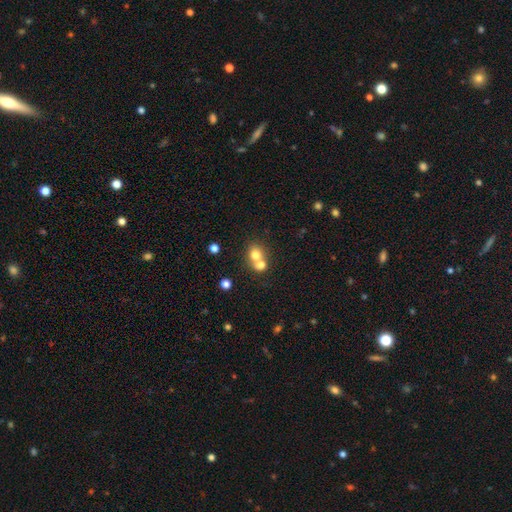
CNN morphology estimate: Smooth or featured? Predicted: smooth (p=0.73). How rounded? Predicted: round (p=0.70). Merging? Predicted: merger (p=0.62).